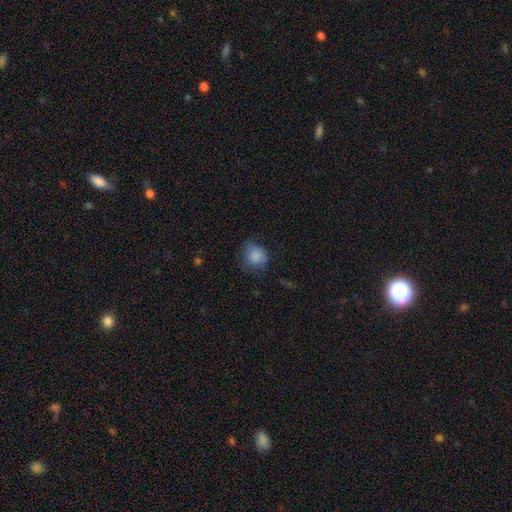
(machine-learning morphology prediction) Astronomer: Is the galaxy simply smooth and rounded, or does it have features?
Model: smooth — 84%.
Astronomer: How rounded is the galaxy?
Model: round — 76%.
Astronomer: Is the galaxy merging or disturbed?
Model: none — 62%.